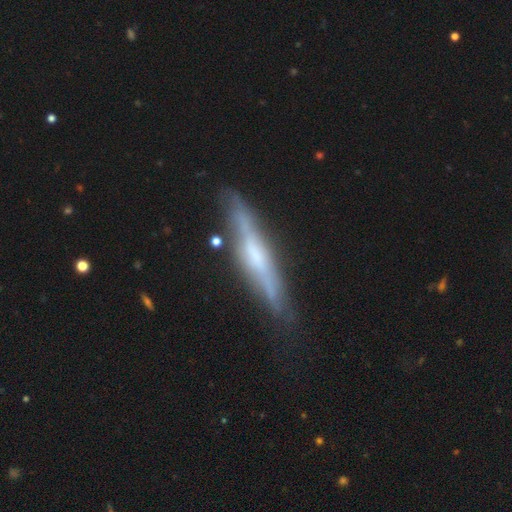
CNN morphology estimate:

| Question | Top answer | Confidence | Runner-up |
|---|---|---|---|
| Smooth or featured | featured or disk | 70% | smooth (23%) |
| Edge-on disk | yes | 91% | no (9%) |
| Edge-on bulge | rounded | 46% | none (30%) |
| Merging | none | 75% | minor disturbance (18%) |